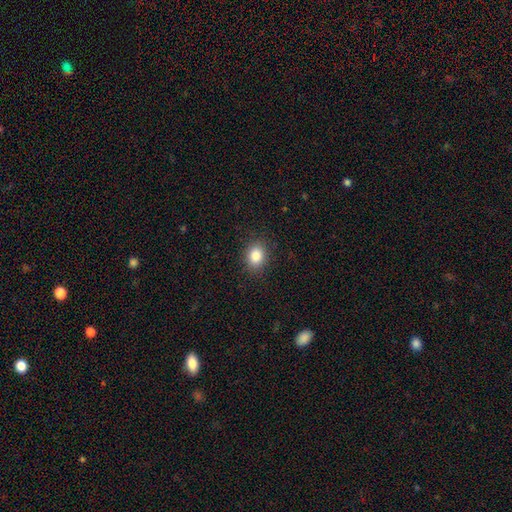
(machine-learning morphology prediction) This is clearly a smooth galaxy (85%). How rounded: possibly in between (55%). Merging: clearly none (88%).